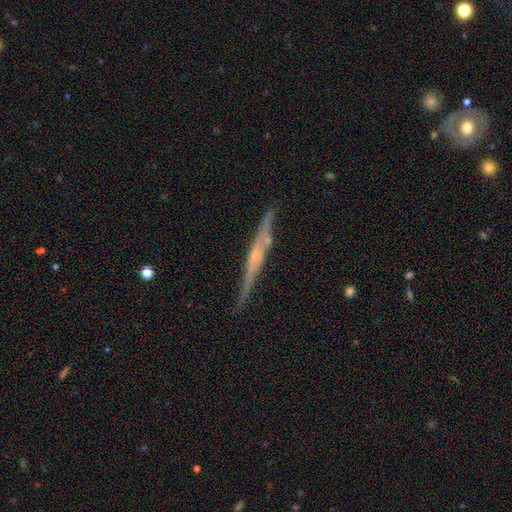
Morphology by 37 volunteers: A featured or disk galaxy (76%) viewed edge-on (89%) with no central bulge (52%).

Vote fractions:
- Smooth or featured? featured or disk: 76% / smooth: 22% / star or artifact: 3%
- Edge-on disk? yes: 89% / no: 11%
- Edge-on bulge? none: 52% / rounded: 40% / boxy: 8%
- Merging? none: 72% / minor disturbance: 22% / merger: 6% / major disturbance: 0%